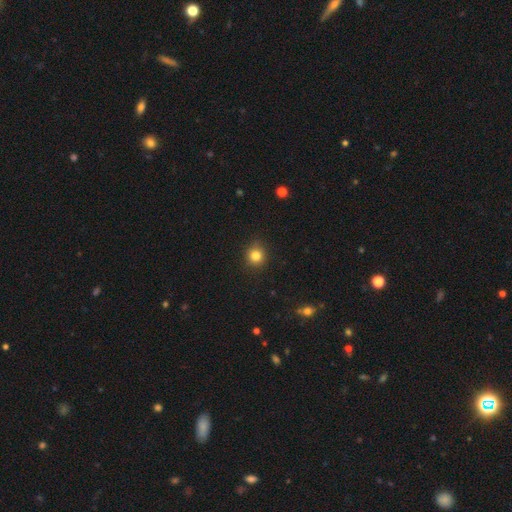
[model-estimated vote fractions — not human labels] A smooth galaxy with no disk features (82%) that is round (88%).

Vote fractions:
- Smooth or featured? smooth: 82% / star or artifact: 12% / featured or disk: 5%
- How rounded? round: 88% / in between: 11% / cigar-shaped: 1%
- Merging? none: 87% / minor disturbance: 9% / major disturbance: 2% / merger: 1%